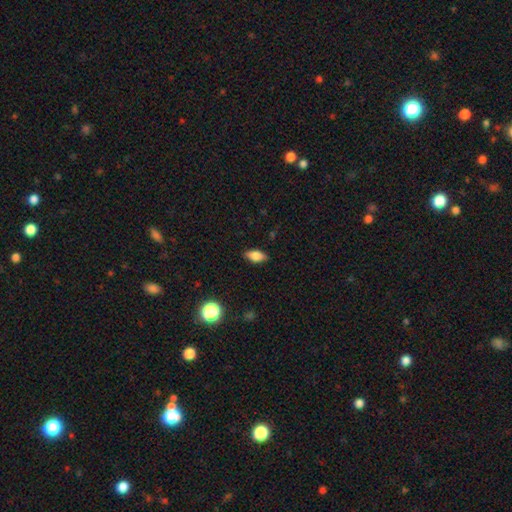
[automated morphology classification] smooth 77%, featured or disk 14%, star or artifact 9%. Down the decision tree: how rounded — in between (86%); merging — none (86%).